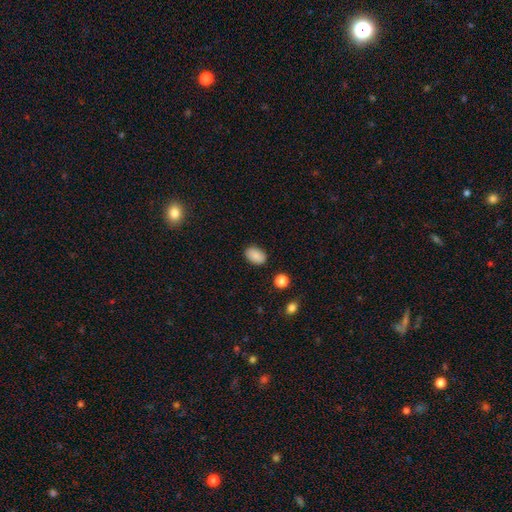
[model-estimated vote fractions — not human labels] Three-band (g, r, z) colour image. It shows a smooth galaxy with no disk features (87%) that is in between round and cigar-shaped (88%). Merging: none (86%).